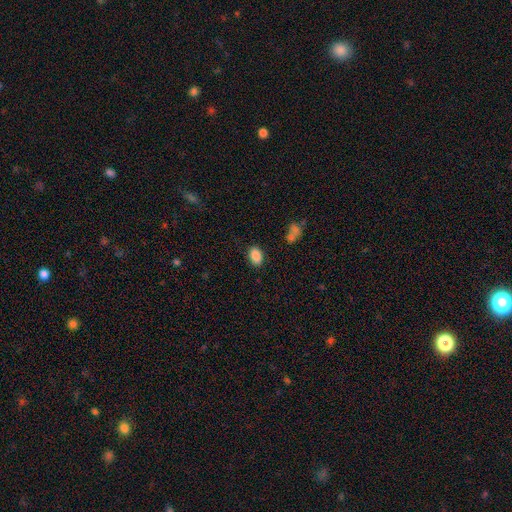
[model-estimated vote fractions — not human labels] smooth-or-featured: smooth: 87% | star or artifact: 9% | featured or disk: 4%
  how-rounded: in between: 86% | round: 13% | cigar-shaped: 1%
  merging: none: 84% | minor disturbance: 11% | major disturbance: 3% | merger: 2%